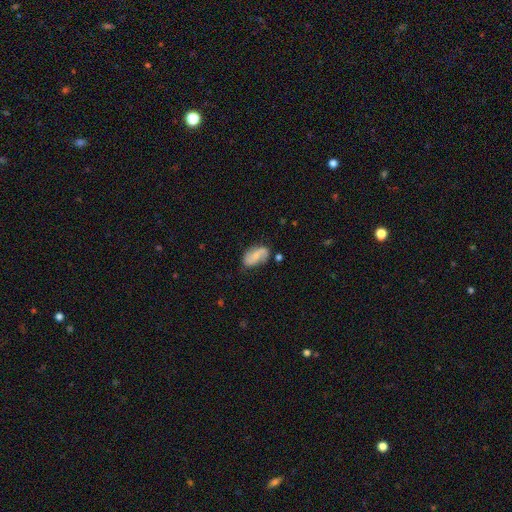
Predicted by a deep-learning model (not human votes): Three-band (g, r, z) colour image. It shows a featured or disk galaxy (61%) with no bar (45%), 2 (88%) loose (55%) spiral arms (88%) and a small central bulge (54%). Merging: none (70%).